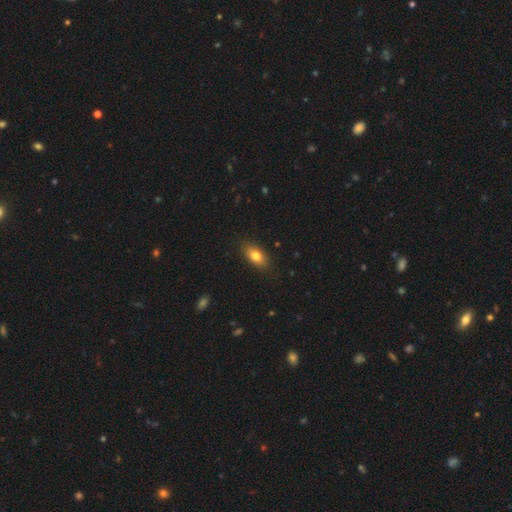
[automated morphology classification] A smooth galaxy with no disk features (80%) that is in between round and cigar-shaped (86%). Merging: none (84%).